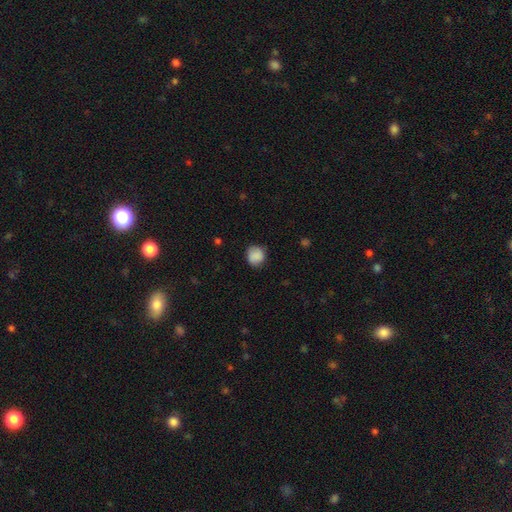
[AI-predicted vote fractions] smooth_or_featured: smooth (p=0.85) [alt: star or artifact p=0.08]
how_rounded: round (p=0.83) [alt: in between p=0.16]
merging: none (p=0.77) [alt: minor disturbance p=0.18]